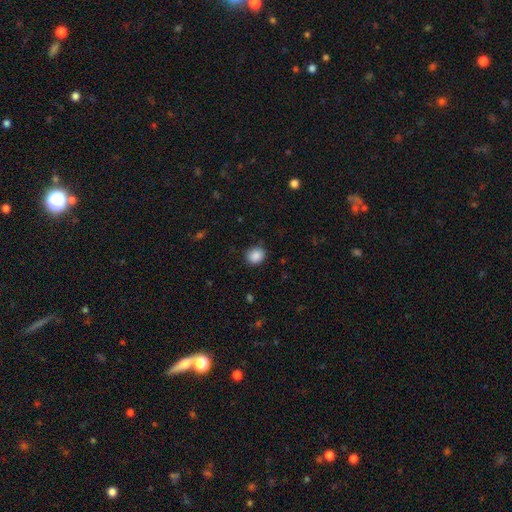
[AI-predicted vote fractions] Smooth or featured: smooth — 88% (star or artifact — 9%)
How rounded: round — 73% (in between — 27%)
Merging: none — 84% (minor disturbance — 12%)